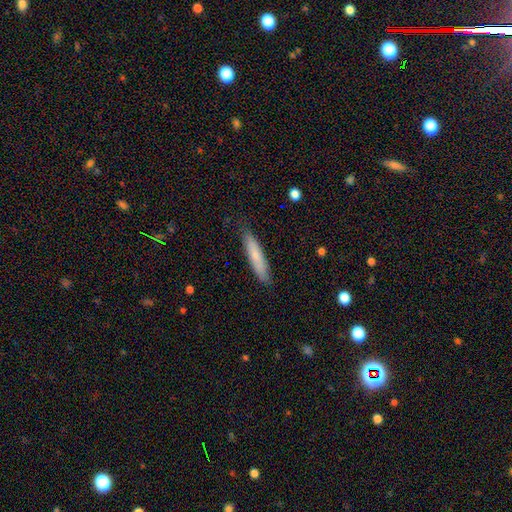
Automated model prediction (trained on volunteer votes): This appears to be a smooth galaxy with no disk features (75%) that is cigar-shaped (88%). Merging: none (84%).